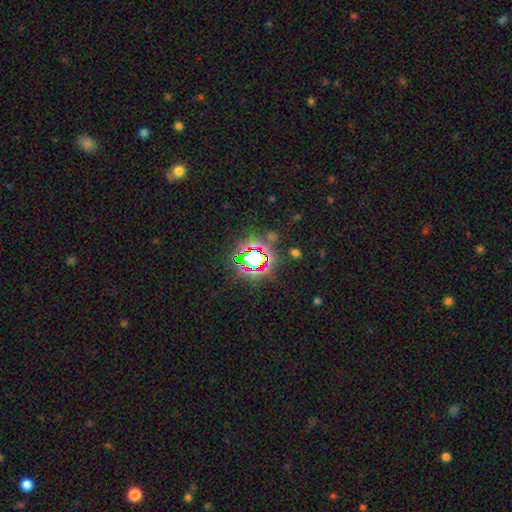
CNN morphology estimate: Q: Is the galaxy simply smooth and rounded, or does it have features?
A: star or artifact — 72%.